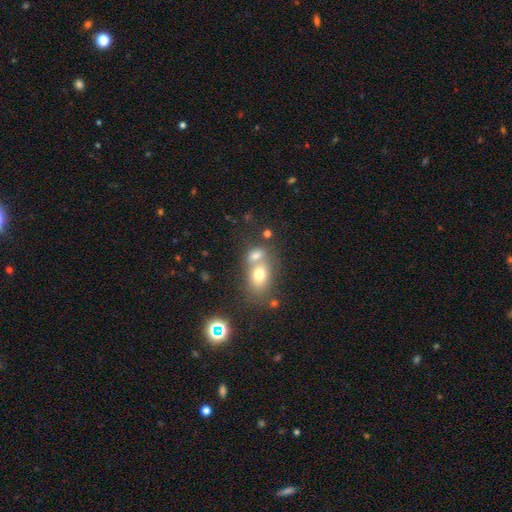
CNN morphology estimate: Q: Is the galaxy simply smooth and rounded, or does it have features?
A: smooth — 69%.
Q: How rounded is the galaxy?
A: in between — 66%.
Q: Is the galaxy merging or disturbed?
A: merger — 56%.